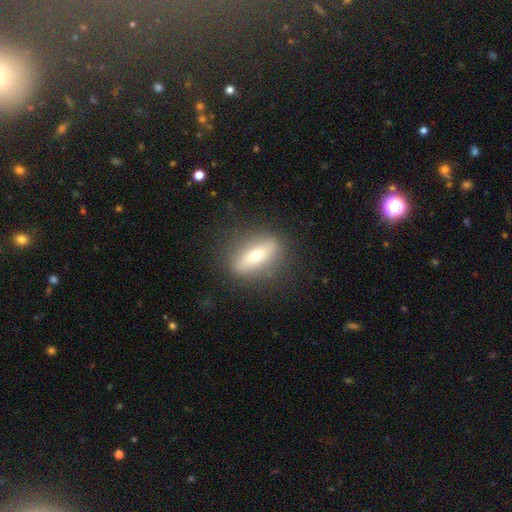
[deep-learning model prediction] Q: Smooth or featured?
A: smooth (48%); runner-up: featured or disk (44%)
Q: Merging?
A: none (85%); runner-up: minor disturbance (10%)